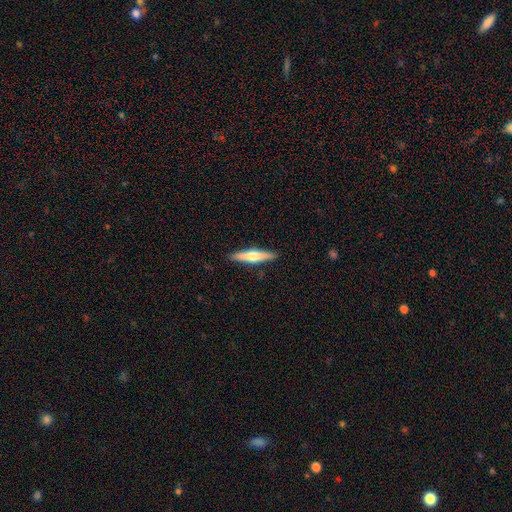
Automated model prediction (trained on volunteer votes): The model was most divided on "smooth or featured": featured or disk: 55%, smooth: 40%, star or artifact: 6%. More confident: edge-on disk — yes (96%); merging — none (90%); edge-on bulge — rounded (88%).